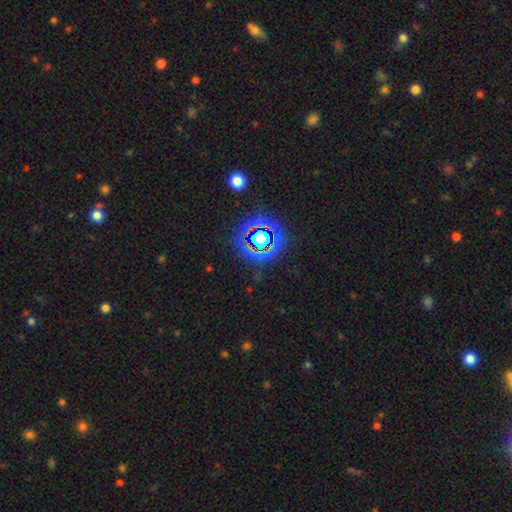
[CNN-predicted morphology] Smooth or featured? star or artifact (77%)